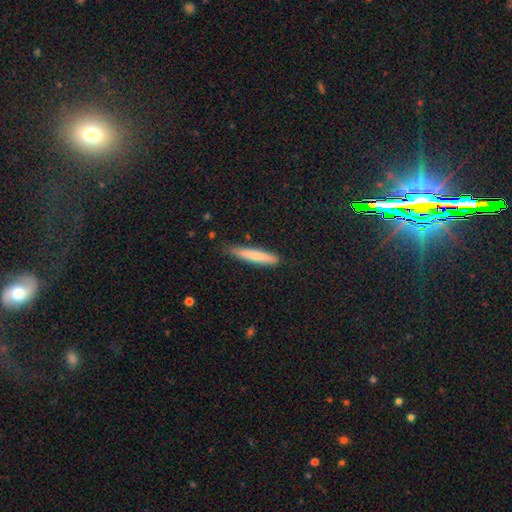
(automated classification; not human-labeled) Smooth or featured? smooth (73%)
How rounded? cigar-shaped (93%)
Merging? none (81%)